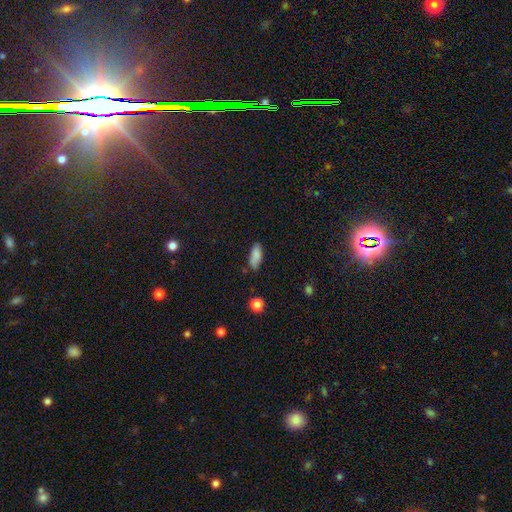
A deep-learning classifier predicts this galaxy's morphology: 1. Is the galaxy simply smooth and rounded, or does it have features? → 85% smooth, 8% star or artifact, 7% featured or disk.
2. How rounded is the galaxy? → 79% in between, 19% cigar-shaped, 2% round.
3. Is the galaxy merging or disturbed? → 75% none, 19% minor disturbance, 4% major disturbance, 3% merger.